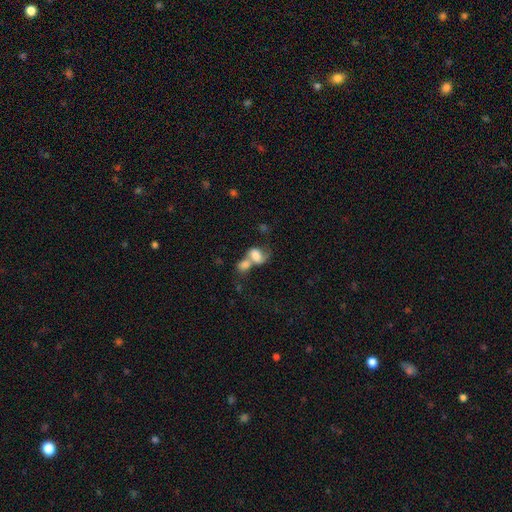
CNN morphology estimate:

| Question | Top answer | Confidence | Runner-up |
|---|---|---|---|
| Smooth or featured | smooth | 67% | featured or disk (23%) |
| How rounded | in between | 71% | round (27%) |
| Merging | merger | 73% | none (12%) |